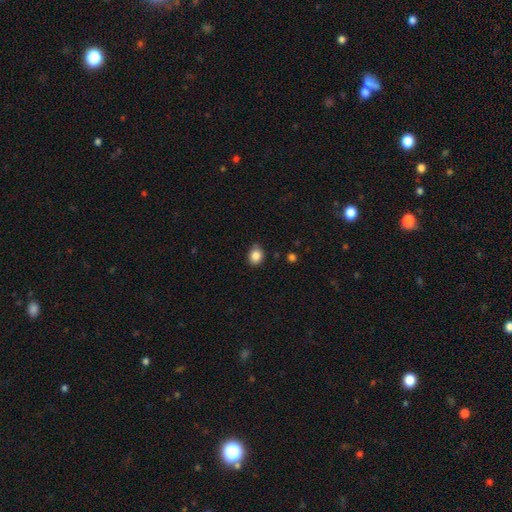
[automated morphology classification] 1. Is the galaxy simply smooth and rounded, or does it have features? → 86% smooth, 10% star or artifact, 5% featured or disk.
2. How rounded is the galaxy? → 61% round, 38% in between, 1% cigar-shaped.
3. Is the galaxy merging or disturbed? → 81% none, 15% minor disturbance, 2% major disturbance, 2% merger.